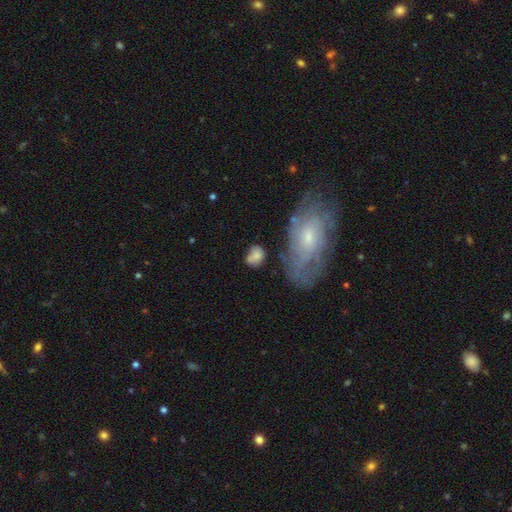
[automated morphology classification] Smooth or featured? Predicted: smooth (p=0.73). How rounded? Predicted: in between (p=0.53). Merging? Predicted: none (p=0.58).